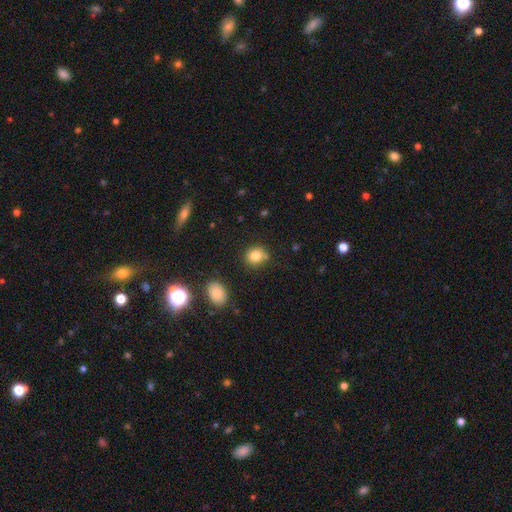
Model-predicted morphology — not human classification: Smooth or featured?
  - smooth: 82% *
  - star or artifact: 11%
  - featured or disk: 6%
How rounded?
  - round: 79% *
  - in between: 20%
  - cigar-shaped: 1%
Merging?
  - none: 76% *
  - minor disturbance: 13%
  - merger: 8%
  - major disturbance: 3%